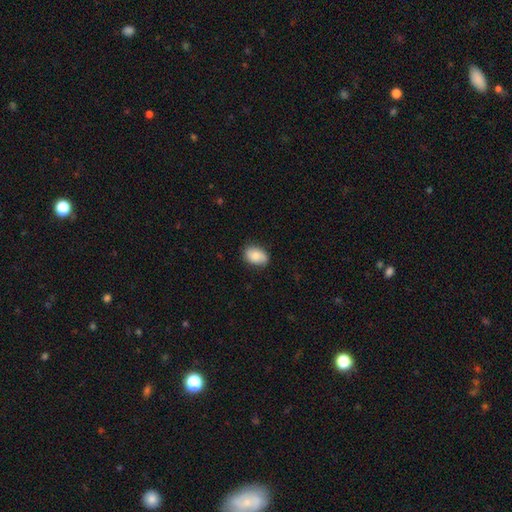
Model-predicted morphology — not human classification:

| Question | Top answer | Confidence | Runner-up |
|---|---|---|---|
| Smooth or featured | smooth | 80% | featured or disk (13%) |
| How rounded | in between | 83% | round (16%) |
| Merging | none | 82% | minor disturbance (15%) |